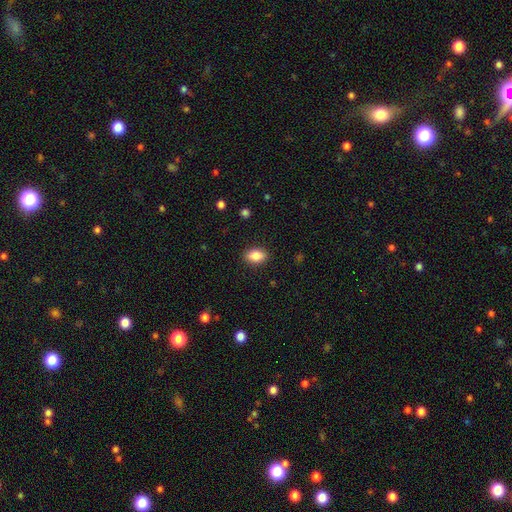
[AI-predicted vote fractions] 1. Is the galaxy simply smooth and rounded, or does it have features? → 85% smooth, 8% star or artifact, 7% featured or disk.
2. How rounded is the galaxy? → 87% in between, 11% round, 2% cigar-shaped.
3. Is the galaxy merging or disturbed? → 89% none, 8% minor disturbance, 2% major disturbance, 1% merger.